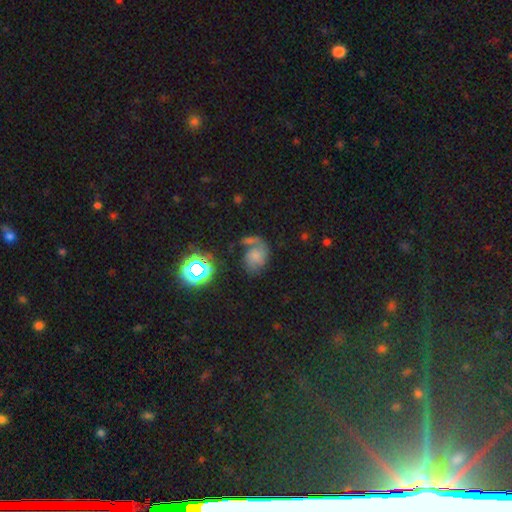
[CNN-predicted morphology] Smooth or featured?
  - featured or disk: 48% *
  - smooth: 35%
  - star or artifact: 18%
Merging?
  - none: 35% *
  - major disturbance: 28%
  - minor disturbance: 20%
  - merger: 17%